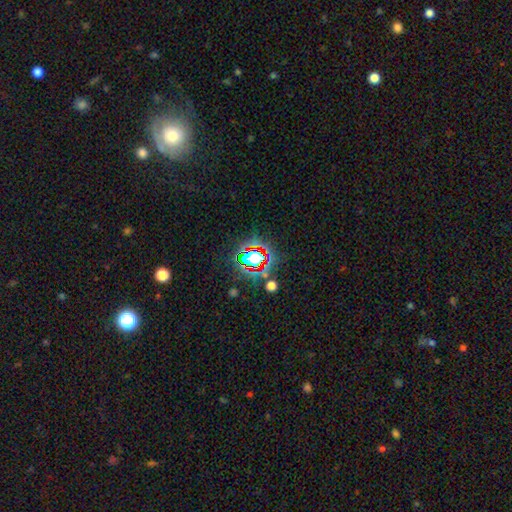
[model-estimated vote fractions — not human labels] This appears to be a star or artifact, not a galaxy (66%).